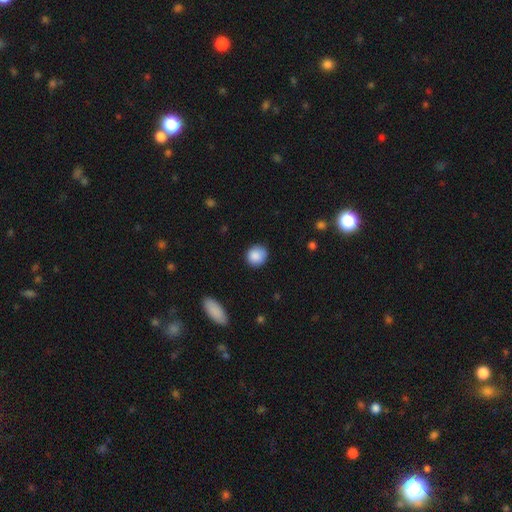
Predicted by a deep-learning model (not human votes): smooth 88%, star or artifact 8%, featured or disk 4%. Down the decision tree: how rounded — round (83%); merging — none (83%).